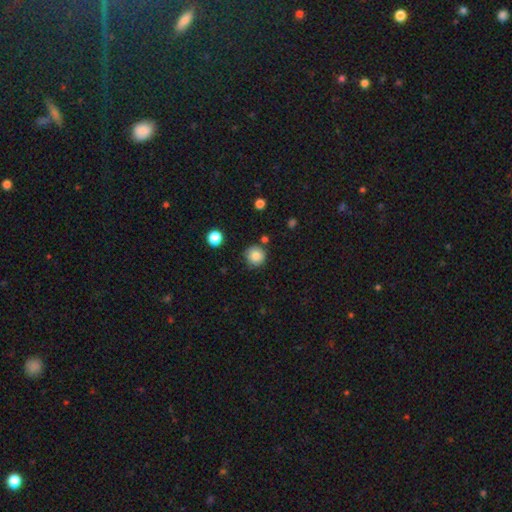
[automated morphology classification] This is clearly a smooth galaxy (86%). How rounded: clearly round (95%). Merging: clearly none (84%).